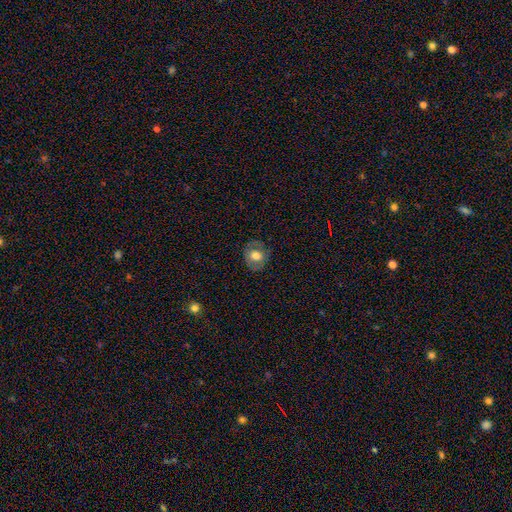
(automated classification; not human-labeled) A smooth galaxy with no disk features (66%) that is round (71%). Merging: none (78%).